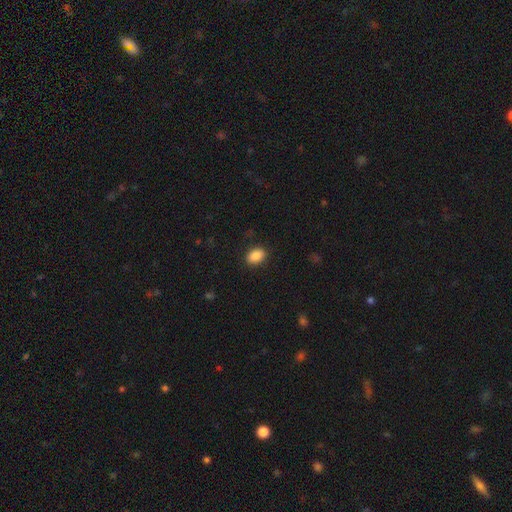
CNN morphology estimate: Q: Smooth or featured?
A: smooth (88%); runner-up: star or artifact (8%)
Q: How rounded?
A: in between (83%); runner-up: round (16%)
Q: Merging?
A: none (87%); runner-up: minor disturbance (9%)